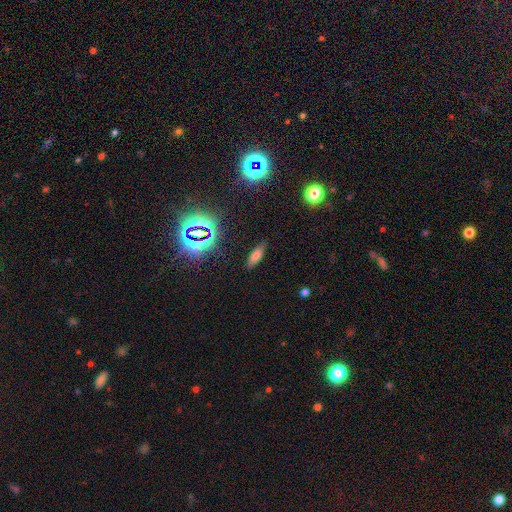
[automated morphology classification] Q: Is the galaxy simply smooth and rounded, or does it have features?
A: smooth — 65%.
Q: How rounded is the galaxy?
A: in between — 58%.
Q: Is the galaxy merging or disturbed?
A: none — 83%.